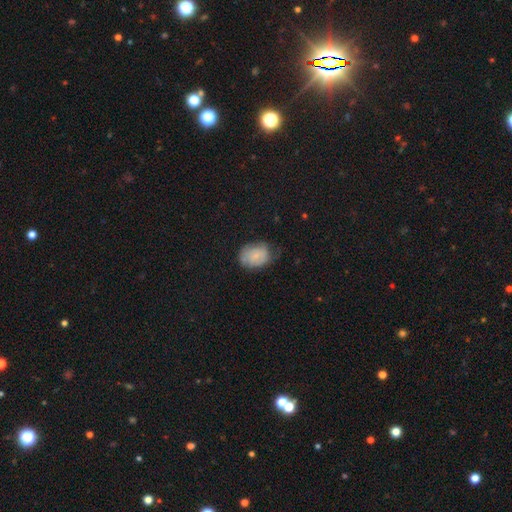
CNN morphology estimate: Overall: smooth (69%). How rounded: in between (64%; round 35%). Merging: none (51%; minor disturbance 34%).